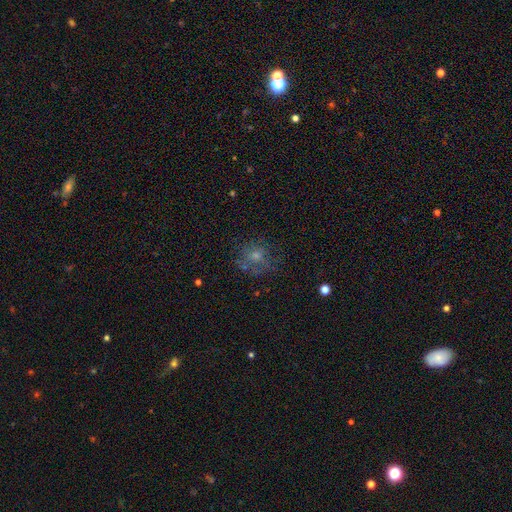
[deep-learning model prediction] smooth 50%, featured or disk 30%, star or artifact 20%. Down the decision tree: how rounded — round (75%); merging — none (61%).